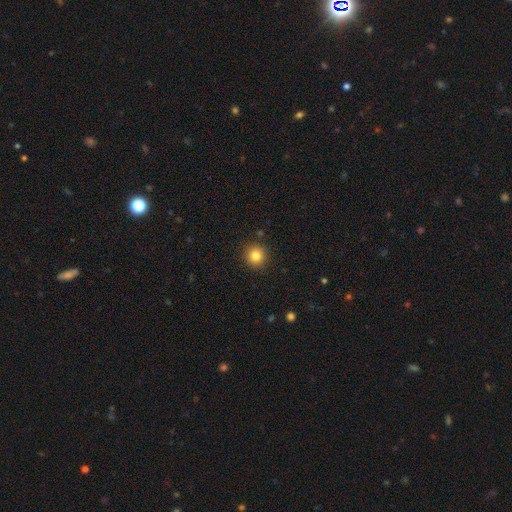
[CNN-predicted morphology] Q: Smooth or featured?
A: smooth (83%); runner-up: star or artifact (12%)
Q: How rounded?
A: round (93%); runner-up: in between (6%)
Q: Merging?
A: none (91%); runner-up: minor disturbance (6%)